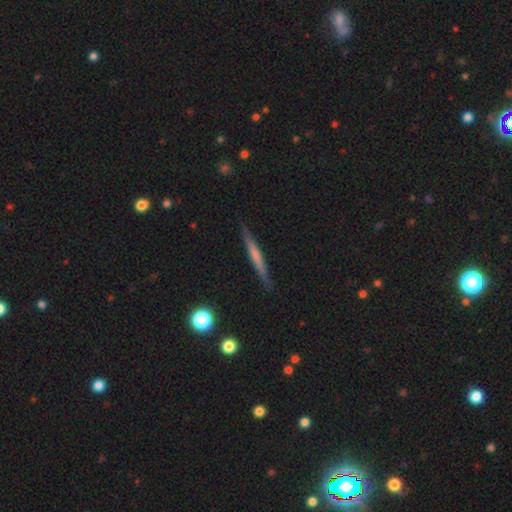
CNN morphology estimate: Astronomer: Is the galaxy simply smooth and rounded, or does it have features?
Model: featured or disk — 48% (runner-up: smooth, 45%).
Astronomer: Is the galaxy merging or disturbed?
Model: none — 89%.